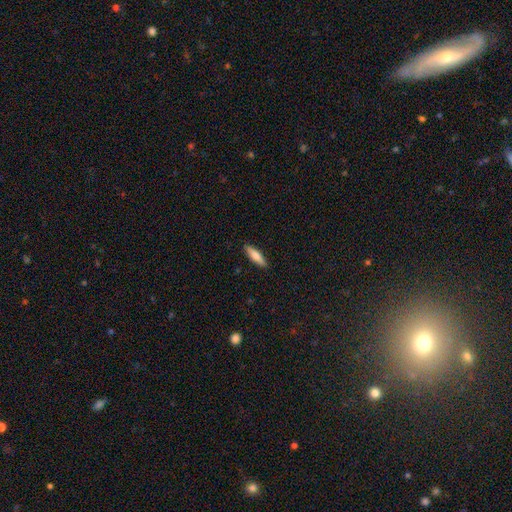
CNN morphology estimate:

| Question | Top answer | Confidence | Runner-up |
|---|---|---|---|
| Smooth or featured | smooth | 70% | featured or disk (24%) |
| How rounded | cigar-shaped | 65% | in between (33%) |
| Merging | none | 89% | minor disturbance (8%) |